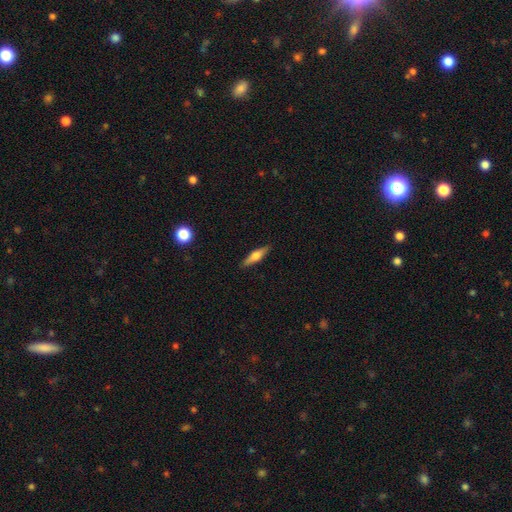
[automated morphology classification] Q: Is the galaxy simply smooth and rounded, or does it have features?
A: smooth — 48%.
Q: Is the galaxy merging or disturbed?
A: none — 88%.